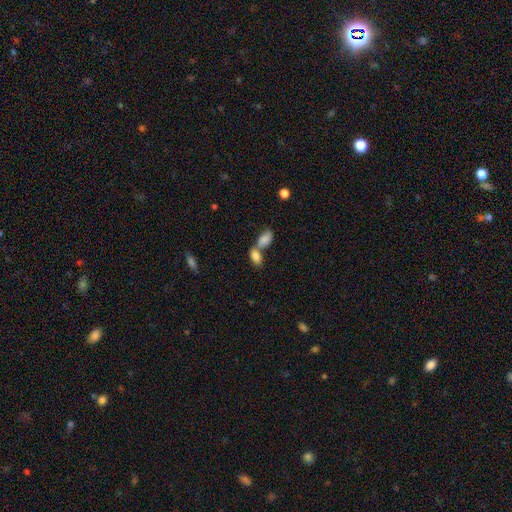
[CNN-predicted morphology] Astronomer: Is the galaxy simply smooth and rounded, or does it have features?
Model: smooth — 83%.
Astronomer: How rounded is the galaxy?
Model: in between — 91%.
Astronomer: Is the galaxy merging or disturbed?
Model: merger — 60%.